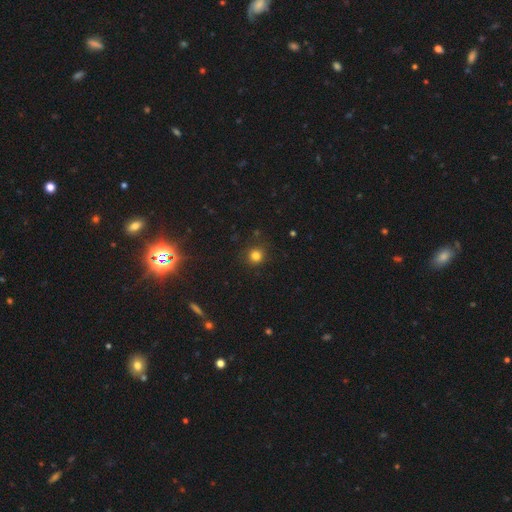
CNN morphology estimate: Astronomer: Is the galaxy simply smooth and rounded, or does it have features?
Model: smooth — 80%.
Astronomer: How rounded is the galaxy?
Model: round — 92%.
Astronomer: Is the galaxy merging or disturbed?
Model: none — 87%.